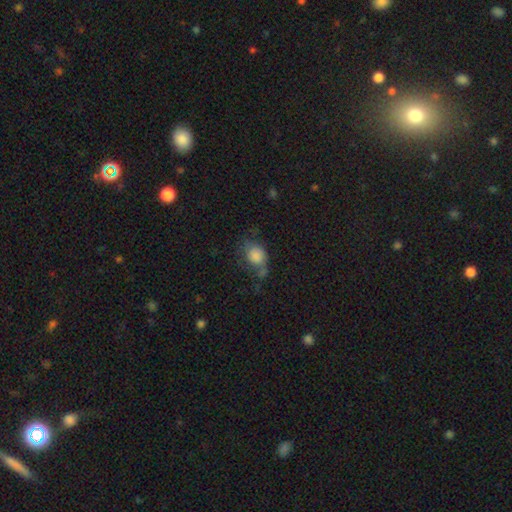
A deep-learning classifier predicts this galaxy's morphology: Smooth or featured: smooth — 77% (featured or disk — 13%)
How rounded: round — 50% (in between — 49%)
Merging: none — 41% (minor disturbance — 29%)